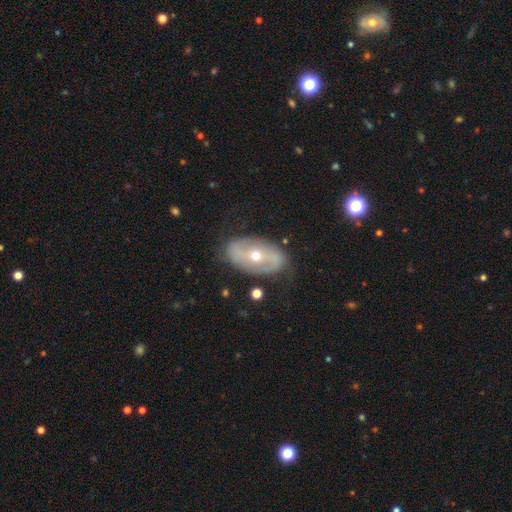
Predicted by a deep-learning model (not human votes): Smooth or featured?
  - featured or disk: 71% *
  - smooth: 23%
  - star or artifact: 7%
Edge-on disk?
  - no: 91% *
  - yes: 9%
Bar?
  - no: 46% *
  - strong: 27%
  - weak: 27%
Spiral arms?
  - yes: 60% *
  - no: 40%
Bulge size?
  - moderate: 51% *
  - small: 47%
  - large: 1%
  - dominant: 1%
  - none: 1%
Merging?
  - none: 75% *
  - minor disturbance: 17%
  - major disturbance: 6%
  - merger: 2%